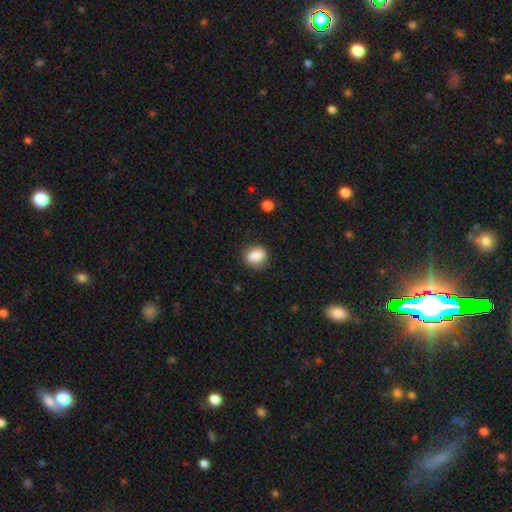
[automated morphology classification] Smooth or featured: smooth — 85% (star or artifact — 8%)
How rounded: in between — 52% (round — 46%)
Merging: none — 78% (minor disturbance — 17%)